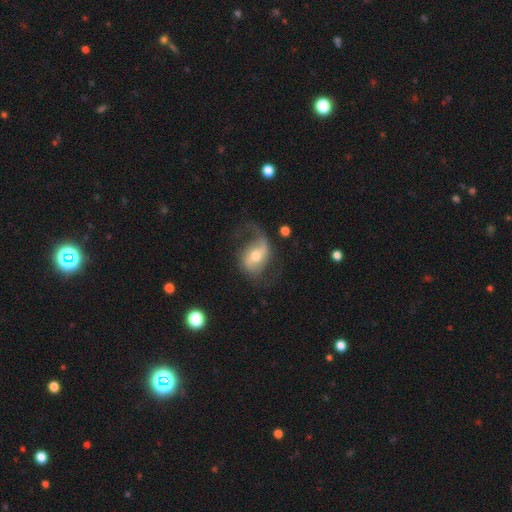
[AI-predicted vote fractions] Smooth or featured? featured or disk (77%)
Edge-on disk? no (96%)
Bar? weak (42%)
Spiral arms? yes (92%)
Spiral winding? loose (62%)
Spiral arm count? 2 (69%)
Bulge size? moderate (60%)
Merging? none (54%)